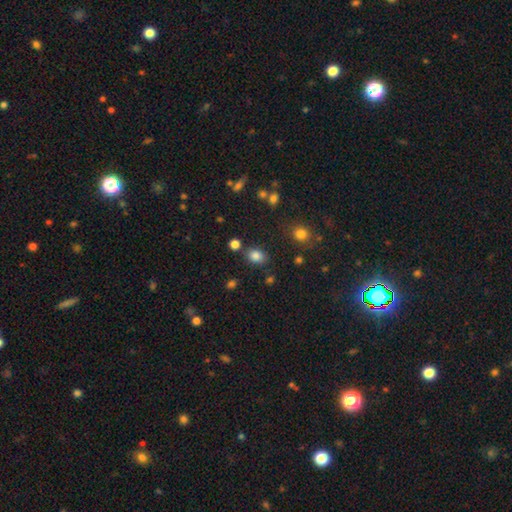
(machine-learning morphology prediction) Smooth or featured?
  - smooth: 83% *
  - star or artifact: 12%
  - featured or disk: 5%
How rounded?
  - in between: 68% *
  - round: 30%
  - cigar-shaped: 1%
Merging?
  - none: 77% *
  - minor disturbance: 12%
  - merger: 7%
  - major disturbance: 4%